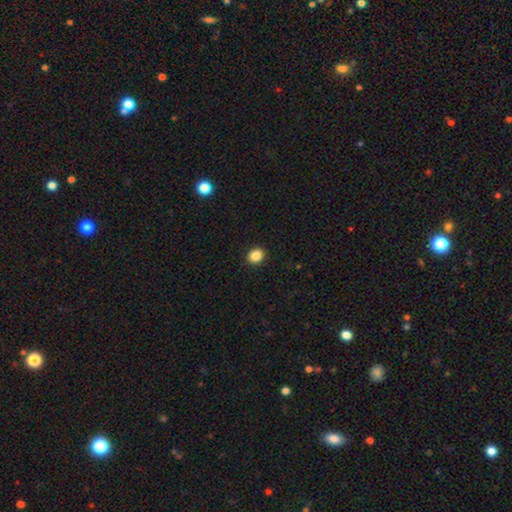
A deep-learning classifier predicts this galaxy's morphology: A smooth galaxy with no disk features (87%) that is round (65%). Merging: none (92%).